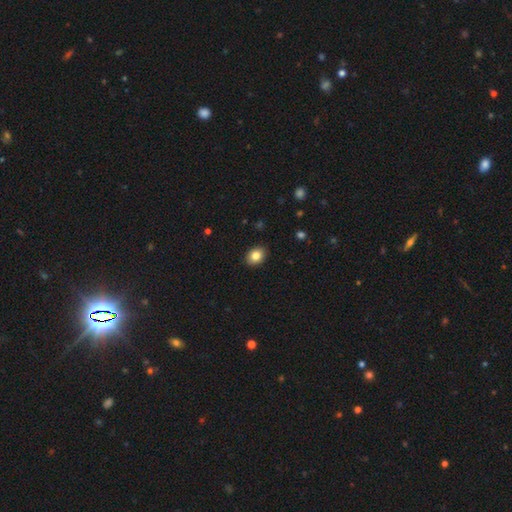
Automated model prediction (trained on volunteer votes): The model was most divided on "how rounded": in between: 61%, round: 38%, cigar-shaped: 1%. More confident: merging — none (90%); smooth or featured — smooth (84%).